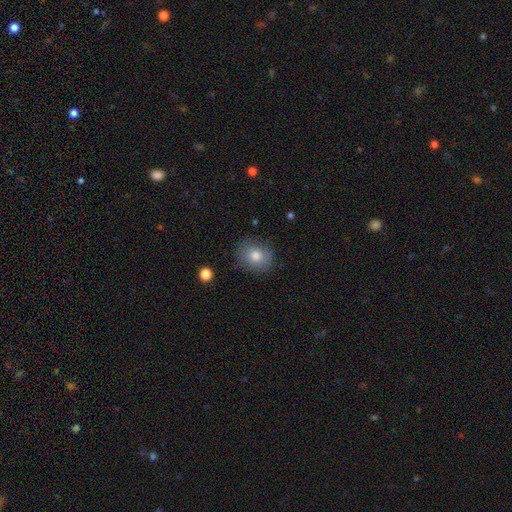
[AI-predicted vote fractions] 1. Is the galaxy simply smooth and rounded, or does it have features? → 79% smooth, 11% featured or disk, 10% star or artifact.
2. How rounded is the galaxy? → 66% round, 33% in between, 1% cigar-shaped.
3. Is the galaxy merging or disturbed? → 83% none, 12% minor disturbance, 3% major disturbance, 1% merger.